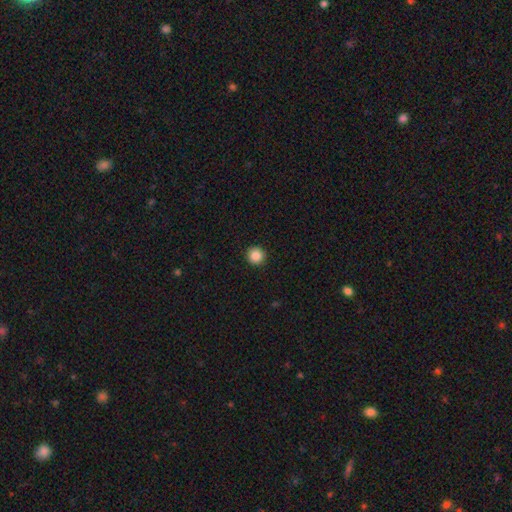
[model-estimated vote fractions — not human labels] smooth-or-featured: smooth: 87% | star or artifact: 10% | featured or disk: 3%
  how-rounded: round: 96% | in between: 3% | cigar-shaped: 1%
  merging: none: 94% | minor disturbance: 4% | major disturbance: 1% | merger: 1%